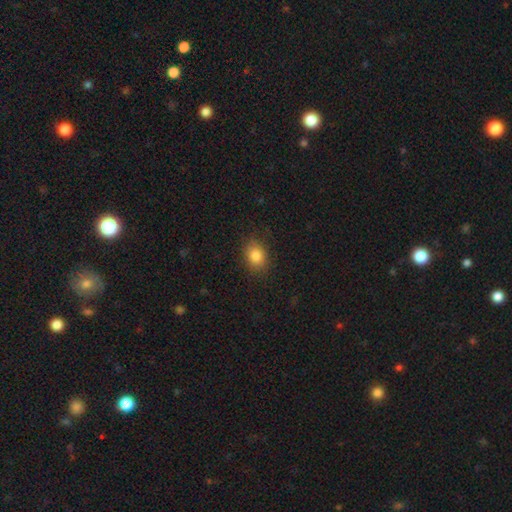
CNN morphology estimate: Smooth or featured?
  - smooth: 84% *
  - star or artifact: 10%
  - featured or disk: 6%
How rounded?
  - in between: 57% *
  - round: 42%
  - cigar-shaped: 1%
Merging?
  - none: 85% *
  - minor disturbance: 11%
  - major disturbance: 3%
  - merger: 1%